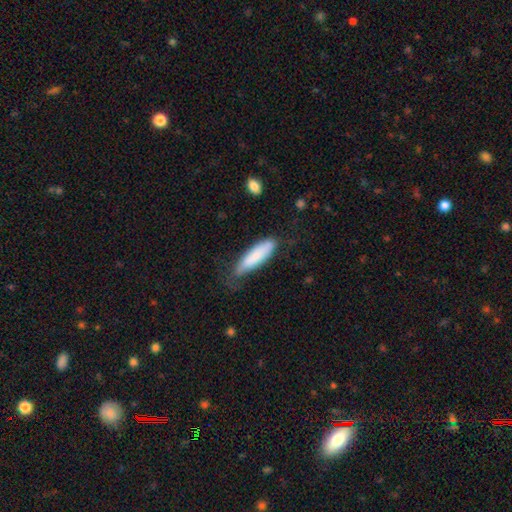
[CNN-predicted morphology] smooth 77%, featured or disk 18%, star or artifact 6%. Down the decision tree: how rounded — cigar-shaped (62%); merging — none (55%).